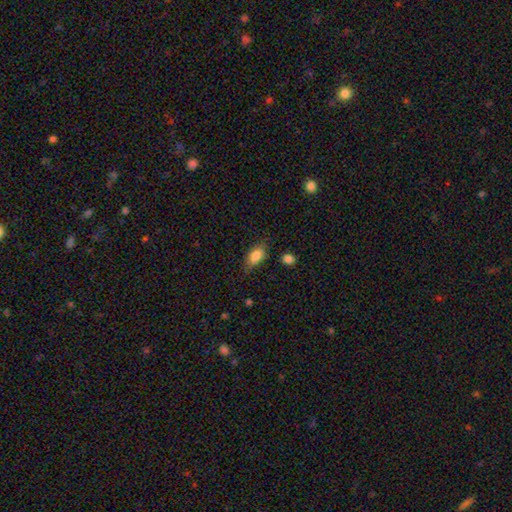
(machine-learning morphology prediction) Smooth or featured: smooth — 81% (featured or disk — 11%)
How rounded: in between — 86% (cigar-shaped — 7%)
Merging: none — 71% (minor disturbance — 22%)